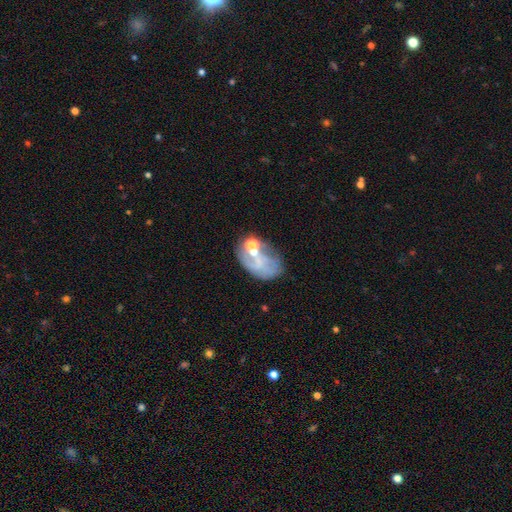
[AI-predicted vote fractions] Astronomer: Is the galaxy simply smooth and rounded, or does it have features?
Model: featured or disk — 52% (runner-up: smooth, 33%).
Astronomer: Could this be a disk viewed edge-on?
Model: no — 97%.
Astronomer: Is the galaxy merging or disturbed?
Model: none — 37% (runner-up: major disturbance, 23%).